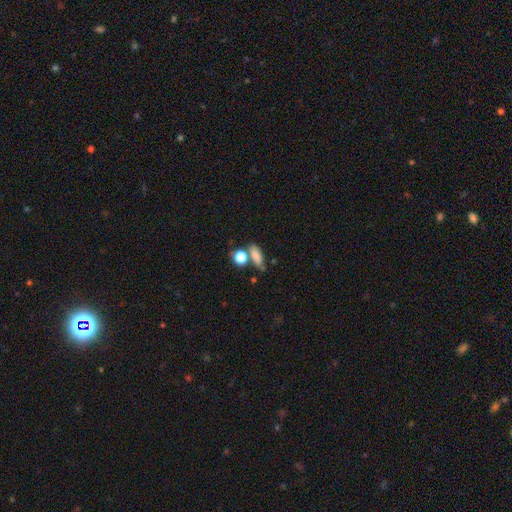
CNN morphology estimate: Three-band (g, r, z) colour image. It shows a smooth galaxy with no disk features (79%) that is in between round and cigar-shaped (67%). Merging: none (51%).